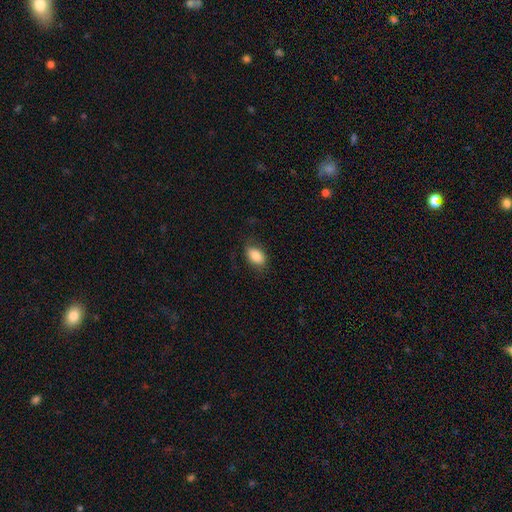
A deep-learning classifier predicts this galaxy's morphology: This is clearly a smooth galaxy (86%). How rounded: clearly in between (89%). Merging: likely none (78%).